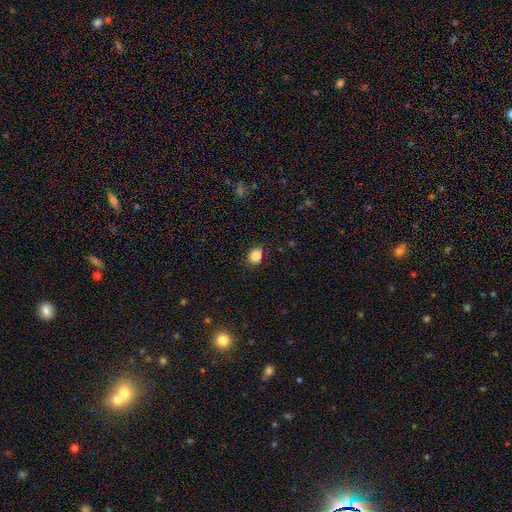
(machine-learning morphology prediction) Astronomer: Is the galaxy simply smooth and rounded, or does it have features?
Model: smooth — 86%.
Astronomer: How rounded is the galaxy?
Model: in between — 52% (runner-up: round, 47%).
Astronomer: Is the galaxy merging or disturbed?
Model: none — 84%.